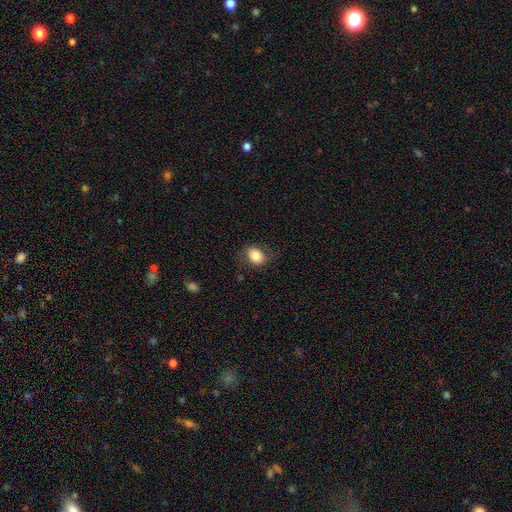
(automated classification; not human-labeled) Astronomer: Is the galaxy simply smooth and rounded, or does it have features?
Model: smooth — 79%.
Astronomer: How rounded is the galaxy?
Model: in between — 59% (runner-up: round, 40%).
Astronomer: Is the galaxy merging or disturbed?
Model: none — 72%.